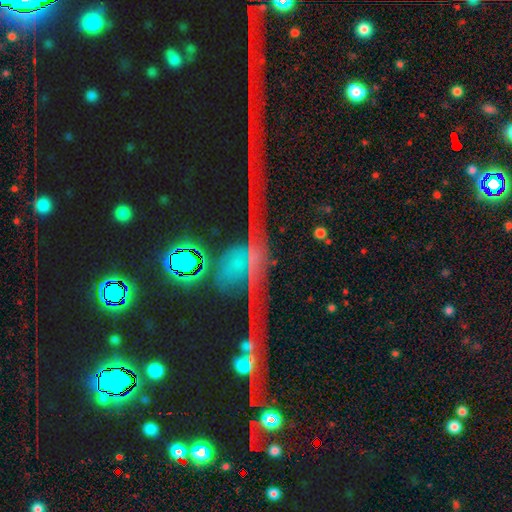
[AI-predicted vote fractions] star or artifact 51%, featured or disk 35%, smooth 14%.